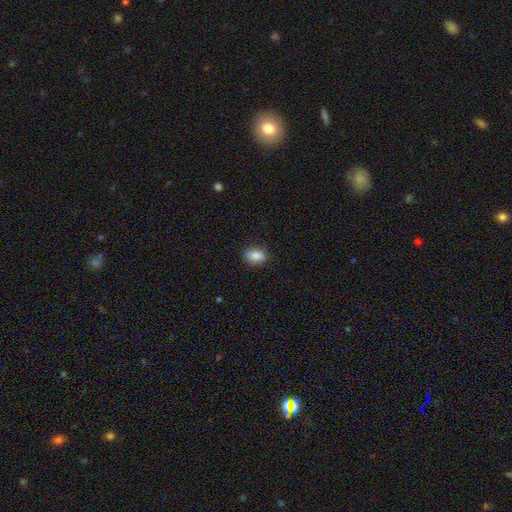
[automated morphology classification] Smooth or featured? Predicted: smooth (p=0.87). How rounded? Predicted: in between (p=0.78). Merging? Predicted: none (p=0.86).